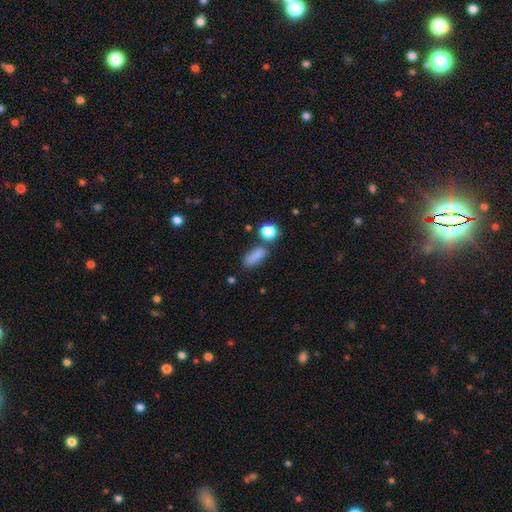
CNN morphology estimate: Smooth or featured?
  - smooth: 82% *
  - star or artifact: 11%
  - featured or disk: 7%
How rounded?
  - in between: 73% *
  - cigar-shaped: 17%
  - round: 9%
Merging?
  - none: 60% *
  - minor disturbance: 20%
  - merger: 12%
  - major disturbance: 7%